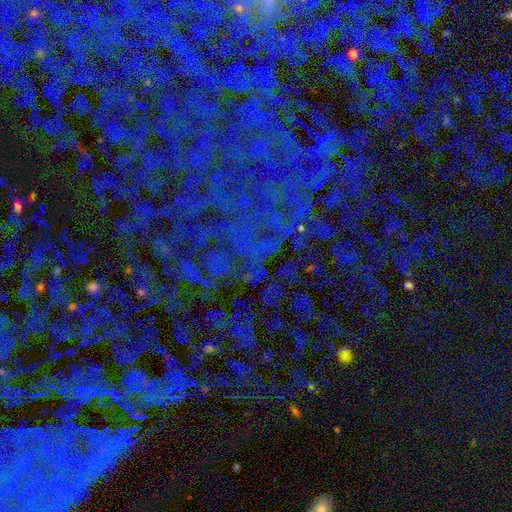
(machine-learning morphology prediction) The model was most divided on "smooth or featured": star or artifact: 78%, smooth: 13%, featured or disk: 9%.